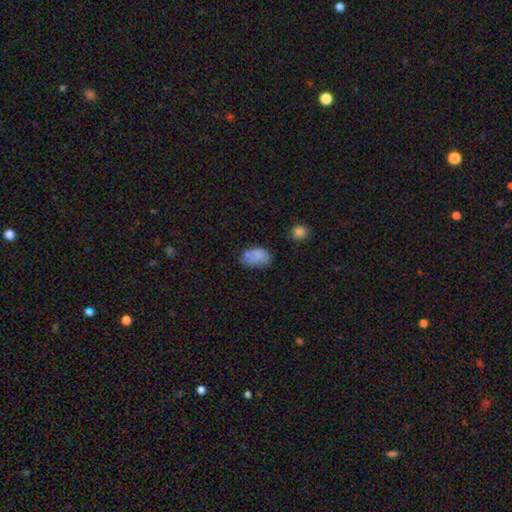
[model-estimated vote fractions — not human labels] smooth_or_featured: smooth (p=0.80) [alt: featured or disk p=0.11]
how_rounded: in between (p=0.88) [alt: round p=0.10]
merging: none (p=0.55) [alt: minor disturbance p=0.29]